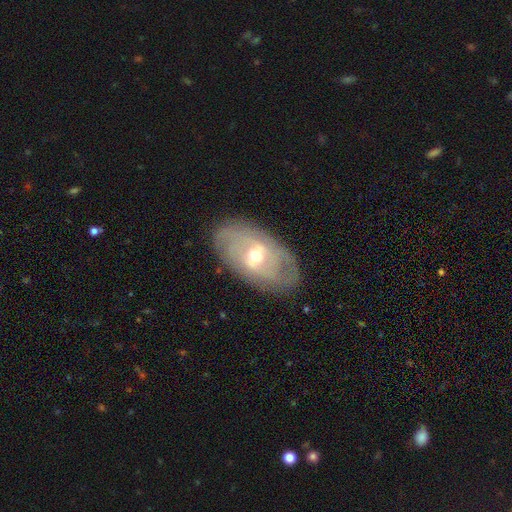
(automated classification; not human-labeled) Q: Smooth or featured?
A: featured or disk (72%); runner-up: smooth (22%)
Q: Edge-on disk?
A: no (90%); runner-up: yes (10%)
Q: Bar?
A: weak (49%); runner-up: no (28%)
Q: Spiral arms?
A: yes (68%); runner-up: no (32%)
Q: Bulge size?
A: moderate (61%); runner-up: small (34%)
Q: Merging?
A: none (80%); runner-up: minor disturbance (14%)